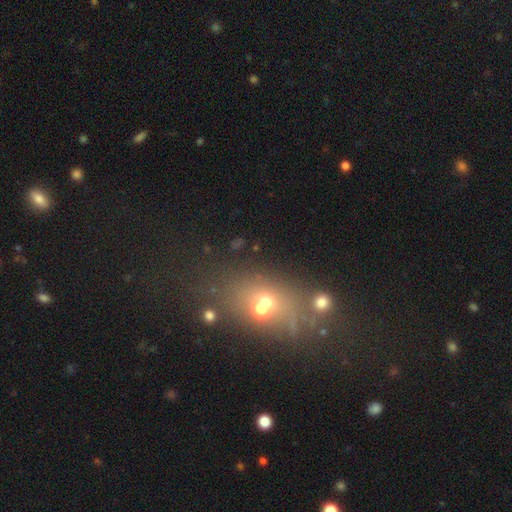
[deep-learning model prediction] Q: Smooth or featured?
A: smooth (48%); runner-up: star or artifact (34%)
Q: Merging?
A: none (69%); runner-up: minor disturbance (13%)